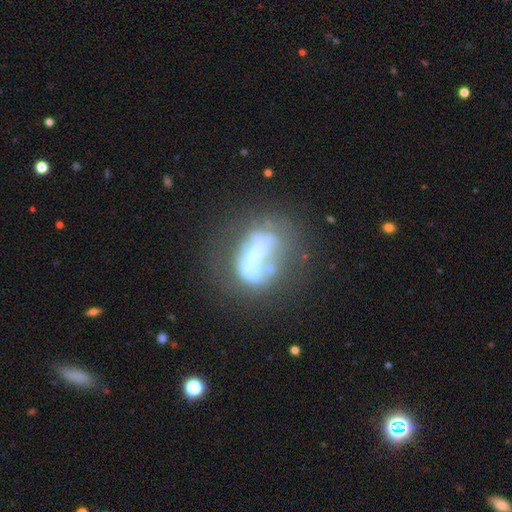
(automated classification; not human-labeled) This appears to be a featured or disk galaxy (62%) with no bar (64%), no spiral arms (87%) and no central bulge (47%). Merging: major disturbance (30%).